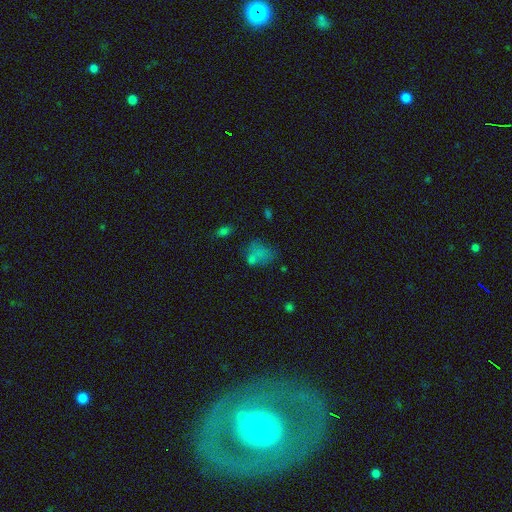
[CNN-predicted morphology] Smooth or featured? Predicted: smooth (p=0.66). How rounded? Predicted: in between (p=0.62). Merging? Predicted: none (p=0.37).